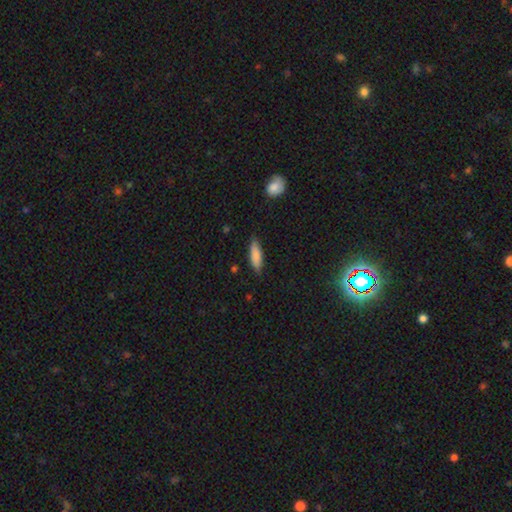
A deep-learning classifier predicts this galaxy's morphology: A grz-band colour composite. It shows a smooth galaxy with no disk features (83%) that is cigar-shaped (55%). Merging: none (82%).